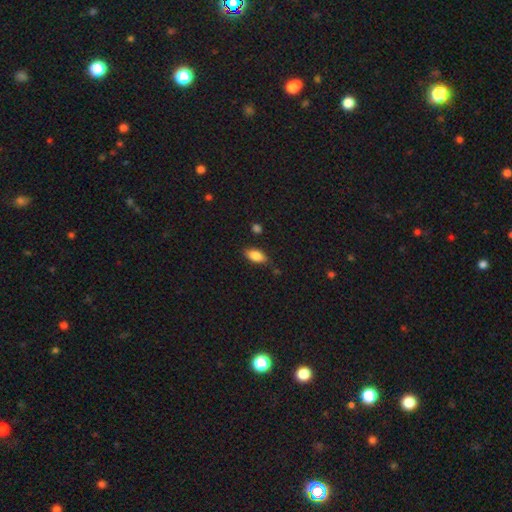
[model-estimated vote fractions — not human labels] This is clearly a smooth galaxy (84%). How rounded: clearly in between (89%). Merging: likely none (76%).